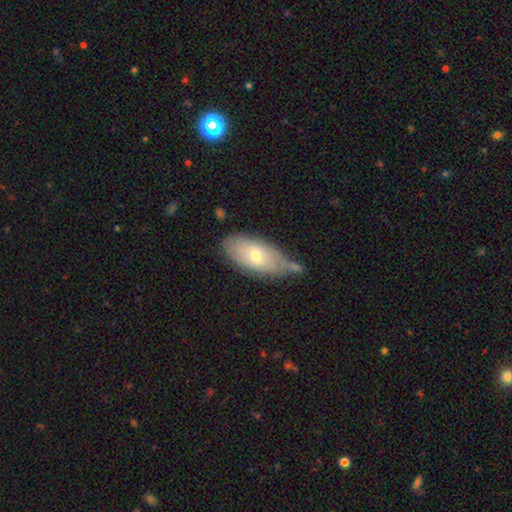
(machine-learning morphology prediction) Overall: smooth (60%; featured or disk 33%). How rounded: in between (88%). Merging: none (50%; minor disturbance 27%).